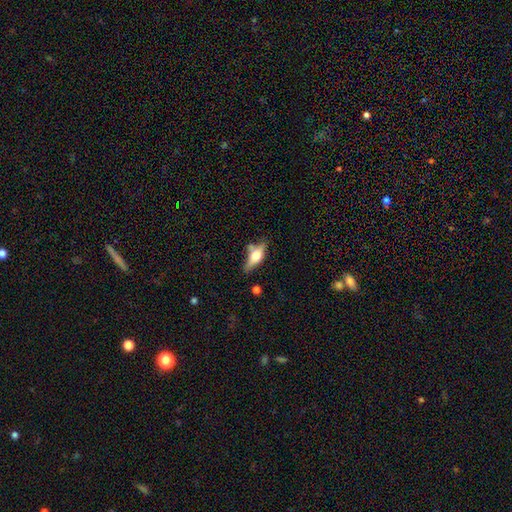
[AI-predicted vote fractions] This is possibly a featured or disk galaxy (47%). Merging: likely none (62%).